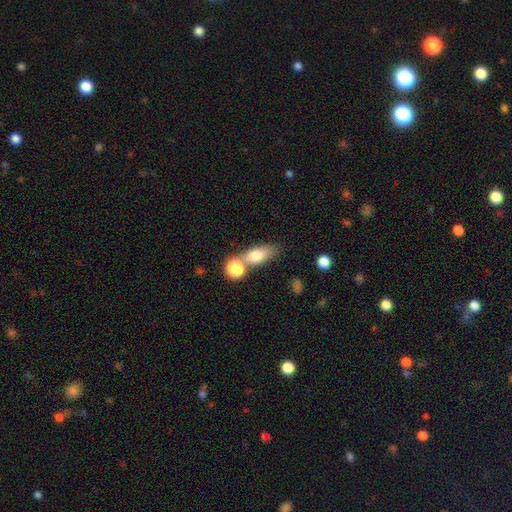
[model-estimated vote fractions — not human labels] Smooth or featured: smooth — 72% (featured or disk — 18%)
How rounded: in between — 68% (cigar-shaped — 18%)
Merging: none — 49% (merger — 33%)